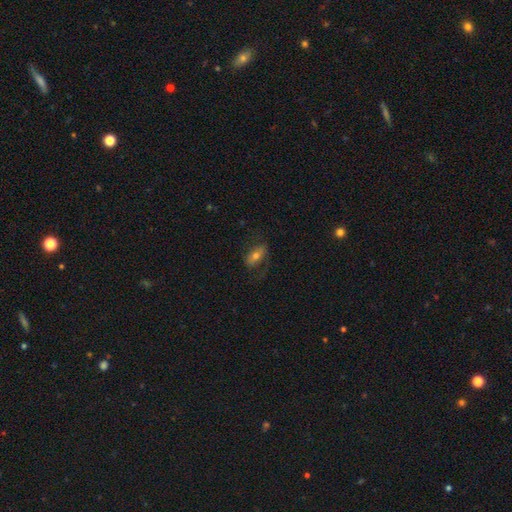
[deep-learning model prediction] smooth_or_featured: smooth (p=0.59) [alt: featured or disk p=0.33]
how_rounded: in between (p=0.86) [alt: cigar-shaped p=0.08]
merging: none (p=0.68) [alt: minor disturbance p=0.19]